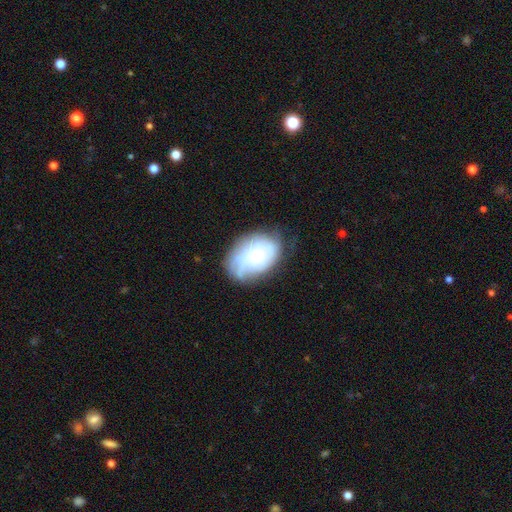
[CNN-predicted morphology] Smooth or featured?
  - featured or disk: 54% *
  - smooth: 38%
  - star or artifact: 8%
Edge-on disk?
  - no: 96% *
  - yes: 4%
Bar?
  - no: 85% *
  - weak: 13%
  - strong: 2%
Spiral arms?
  - yes: 62% *
  - no: 38%
Bulge size?
  - small: 58% *
  - moderate: 35%
  - large: 3%
  - none: 3%
  - dominant: 1%
Merging?
  - none: 57% *
  - minor disturbance: 28%
  - major disturbance: 12%
  - merger: 3%